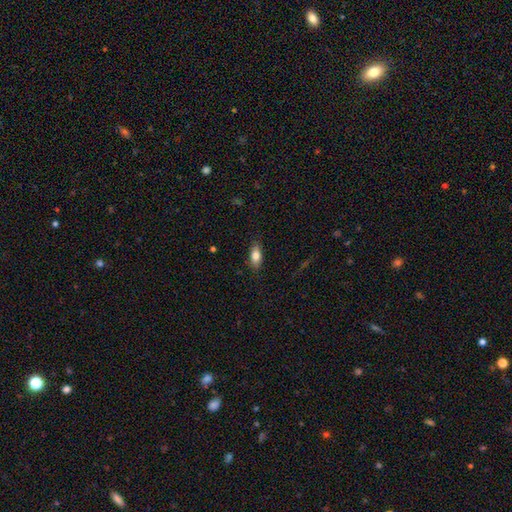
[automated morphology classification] Overall: smooth (79%). How rounded: in between (84%). Merging: none (85%).